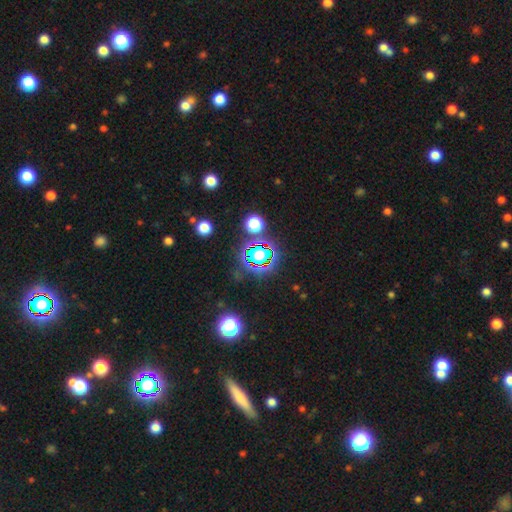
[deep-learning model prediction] Smooth or featured? Predicted: star or artifact (p=0.77).